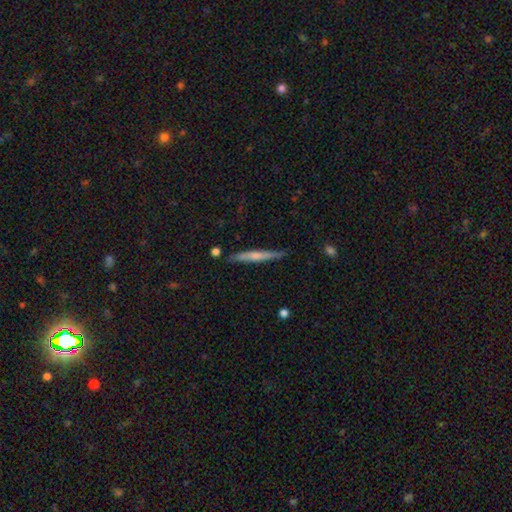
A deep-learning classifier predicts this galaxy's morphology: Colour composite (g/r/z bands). It shows a smooth galaxy with no disk features (53%) that is cigar-shaped (95%). Merging: none (82%).